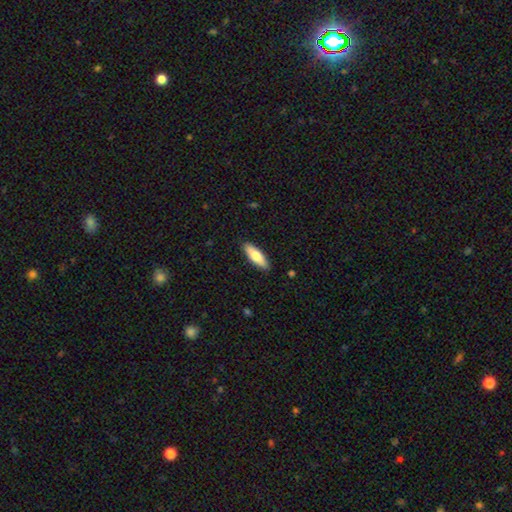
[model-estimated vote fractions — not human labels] smooth-or-featured: smooth: 73% | featured or disk: 22% | star or artifact: 5%
  how-rounded: in between: 51% | cigar-shaped: 47% | round: 2%
  merging: none: 90% | minor disturbance: 8% | major disturbance: 2% | merger: 1%